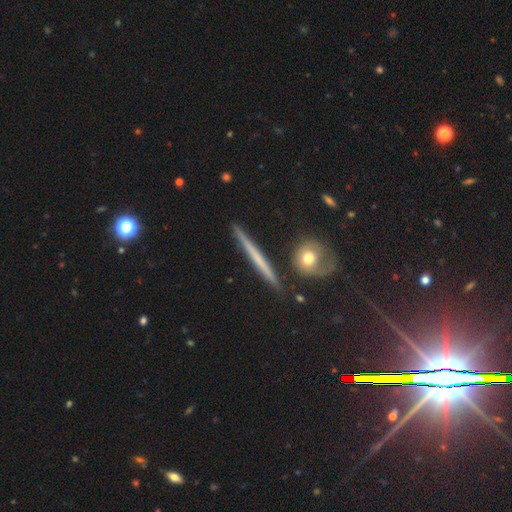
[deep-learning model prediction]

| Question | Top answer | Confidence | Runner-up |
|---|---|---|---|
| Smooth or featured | featured or disk | 51% | smooth (41%) |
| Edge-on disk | yes | 96% | no (4%) |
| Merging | none | 89% | minor disturbance (7%) |